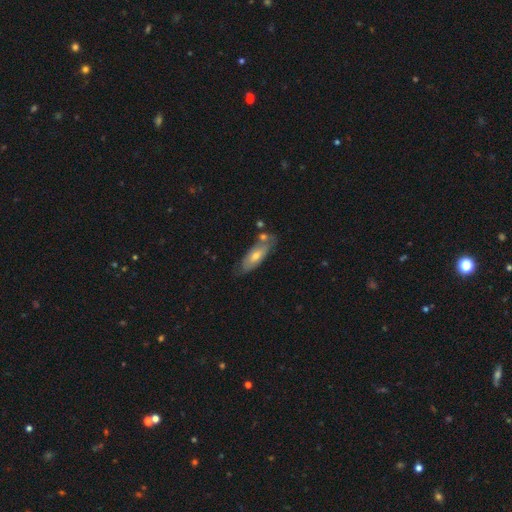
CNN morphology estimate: Overall: smooth (48%; featured or disk 46%). Merging: none (68%).